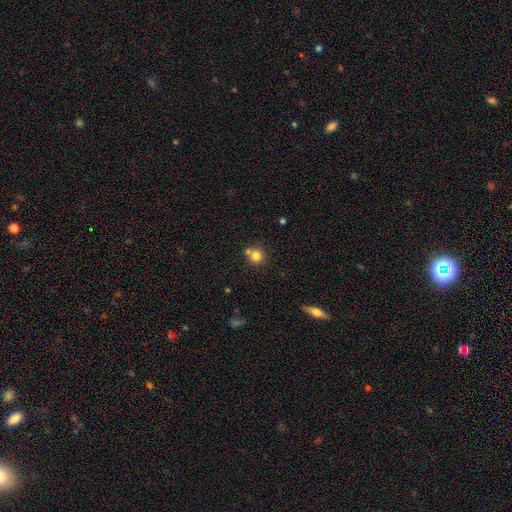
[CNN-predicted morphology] Q: Smooth or featured?
A: smooth (80%); runner-up: star or artifact (12%)
Q: How rounded?
A: round (90%); runner-up: in between (9%)
Q: Merging?
A: none (64%); runner-up: merger (23%)